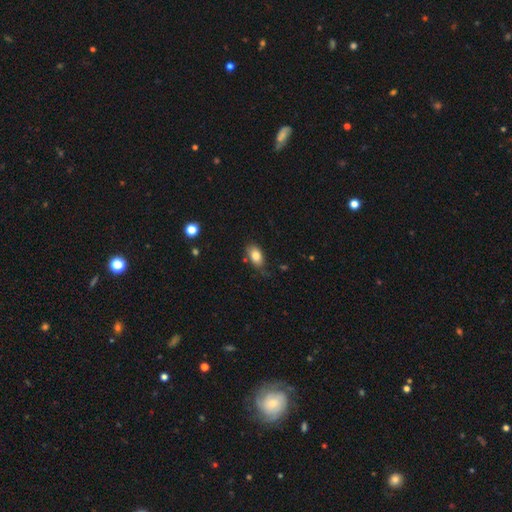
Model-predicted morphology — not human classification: Smooth or featured? Predicted: smooth (p=0.82). How rounded? Predicted: in between (p=0.89). Merging? Predicted: none (p=0.67).